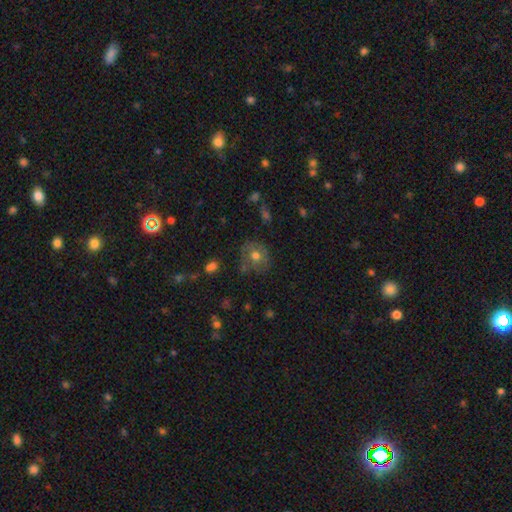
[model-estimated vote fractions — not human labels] The model was most divided on "smooth or featured": smooth: 64%, featured or disk: 26%, star or artifact: 10%. More confident: how rounded — round (77%); merging — none (67%).